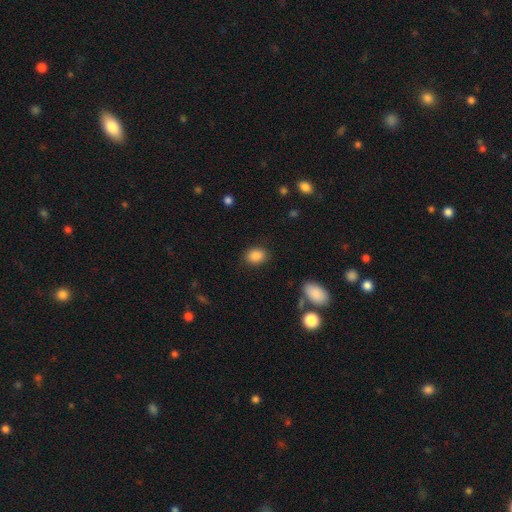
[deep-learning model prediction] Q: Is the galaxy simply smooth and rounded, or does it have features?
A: smooth — 87%.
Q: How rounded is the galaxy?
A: in between — 64%.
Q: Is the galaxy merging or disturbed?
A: none — 86%.